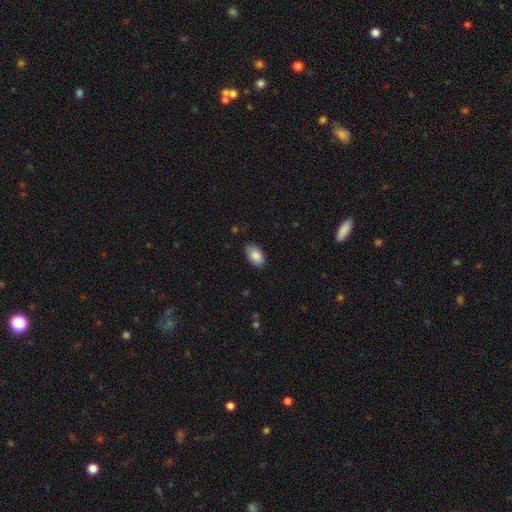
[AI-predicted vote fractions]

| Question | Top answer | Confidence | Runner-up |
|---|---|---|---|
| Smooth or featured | smooth | 86% | featured or disk (8%) |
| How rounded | in between | 93% | round (5%) |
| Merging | none | 83% | minor disturbance (14%) |